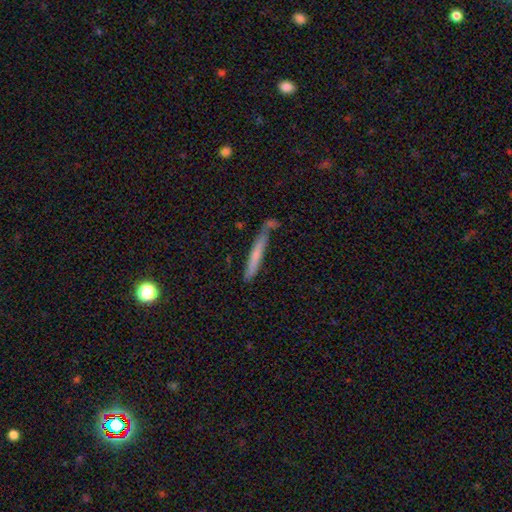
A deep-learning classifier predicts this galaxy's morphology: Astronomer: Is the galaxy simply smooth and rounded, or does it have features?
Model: smooth — 61%.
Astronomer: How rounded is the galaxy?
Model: cigar-shaped — 95%.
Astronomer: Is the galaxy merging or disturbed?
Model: none — 65%.